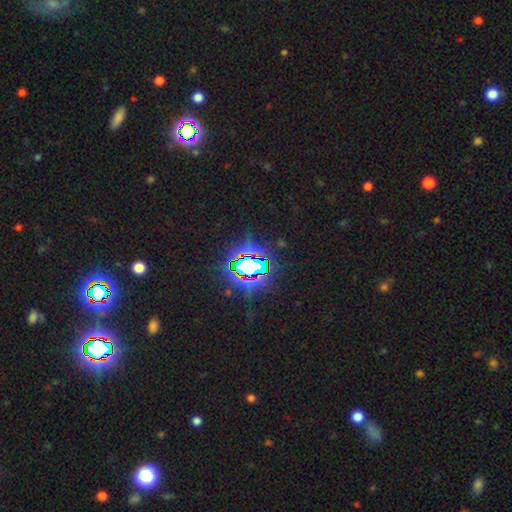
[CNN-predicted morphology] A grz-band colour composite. It shows a star or artifact, not a galaxy (82%).